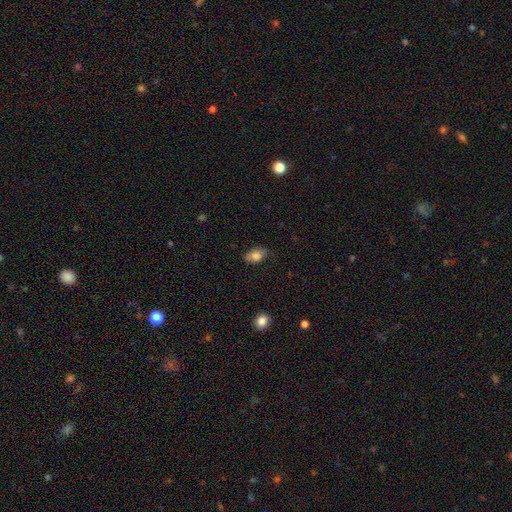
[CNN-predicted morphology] The model was most divided on "merging": none: 71%, minor disturbance: 23%, major disturbance: 5%, merger: 1%. More confident: how rounded — in between (87%); smooth or featured — smooth (82%).